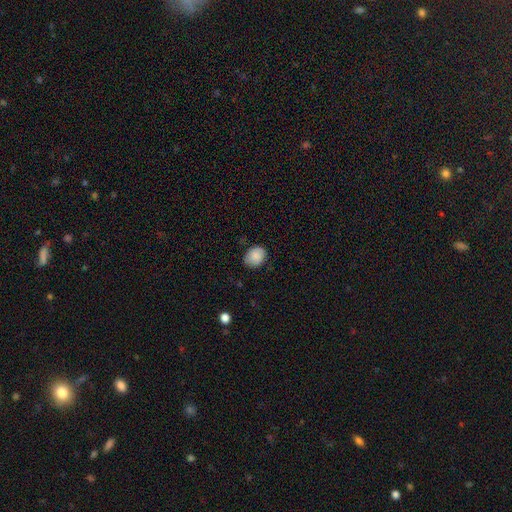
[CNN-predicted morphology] Q: Smooth or featured?
A: smooth (87%); runner-up: star or artifact (8%)
Q: How rounded?
A: round (59%); runner-up: in between (41%)
Q: Merging?
A: none (79%); runner-up: minor disturbance (16%)